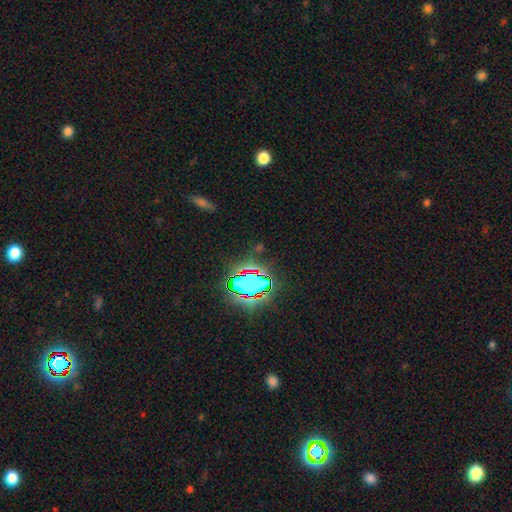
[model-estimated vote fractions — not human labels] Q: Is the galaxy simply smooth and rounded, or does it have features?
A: star or artifact — 80%.